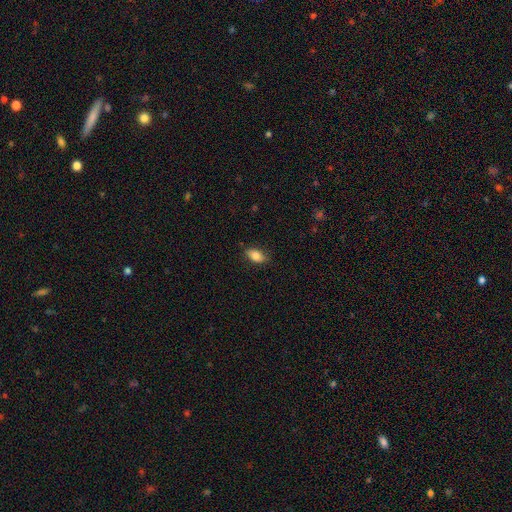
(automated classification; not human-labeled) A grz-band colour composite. It shows a smooth galaxy with no disk features (83%) that is in between round and cigar-shaped (89%). Merging: none (83%).